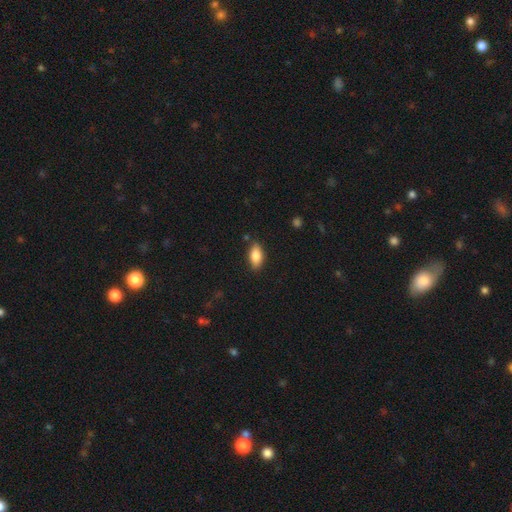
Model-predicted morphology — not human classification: smooth 83%, featured or disk 10%, star or artifact 7%. Down the decision tree: how rounded — in between (88%); merging — none (85%).